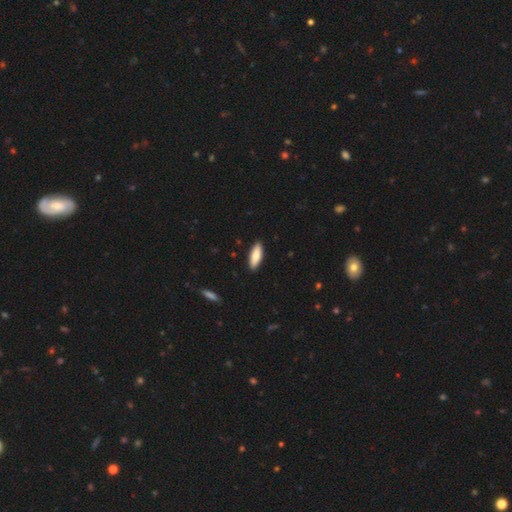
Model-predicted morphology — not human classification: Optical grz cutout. It shows a smooth galaxy with no disk features (80%) that is in between round and cigar-shaped (64%). Merging: none (90%).